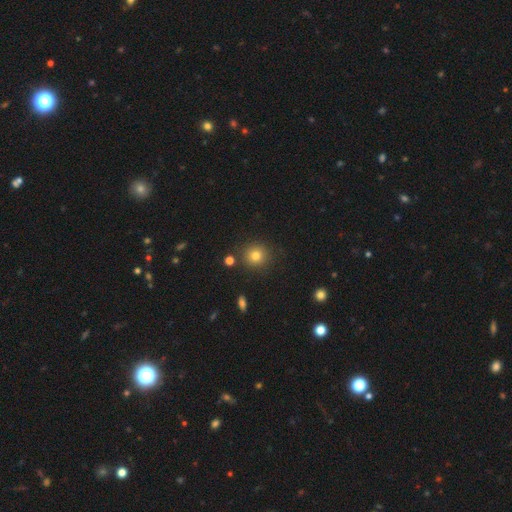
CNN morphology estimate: Smooth or featured: smooth — 79% (star or artifact — 13%)
How rounded: round — 91% (in between — 8%)
Merging: none — 87% (minor disturbance — 7%)